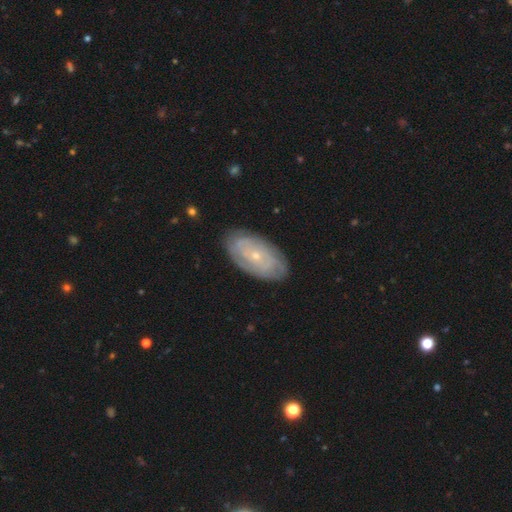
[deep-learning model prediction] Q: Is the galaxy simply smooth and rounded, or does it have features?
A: featured or disk — 69%.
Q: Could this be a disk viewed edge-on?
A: no — 93%.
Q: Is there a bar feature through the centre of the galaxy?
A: no — 81%.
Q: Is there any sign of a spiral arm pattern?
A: yes — 78%.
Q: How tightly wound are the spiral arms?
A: tight — 76%.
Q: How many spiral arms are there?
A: can't tell — 57%.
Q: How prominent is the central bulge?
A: small — 79%.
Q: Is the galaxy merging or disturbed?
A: none — 83%.